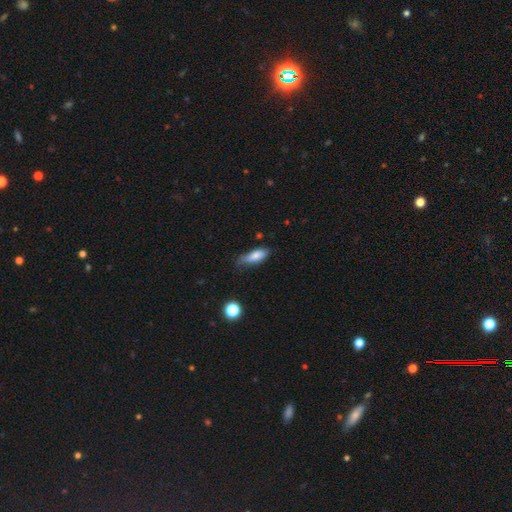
Smooth or featured: smooth — 76% (featured or disk — 19%)
How rounded: in between — 68% (cigar-shaped — 32%)
Merging: none — 60% (minor disturbance — 34%)